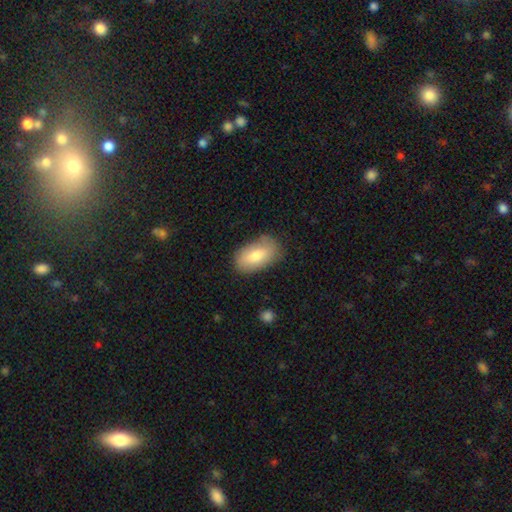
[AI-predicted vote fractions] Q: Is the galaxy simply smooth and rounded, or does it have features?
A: smooth — 76%.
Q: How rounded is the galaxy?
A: in between — 93%.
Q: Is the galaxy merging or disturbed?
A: none — 77%.